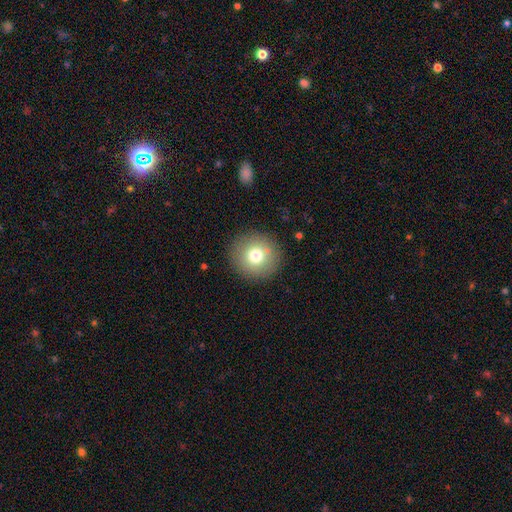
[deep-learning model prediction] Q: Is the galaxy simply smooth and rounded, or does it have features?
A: smooth — 75%.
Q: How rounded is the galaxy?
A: round — 94%.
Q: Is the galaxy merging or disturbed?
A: none — 89%.